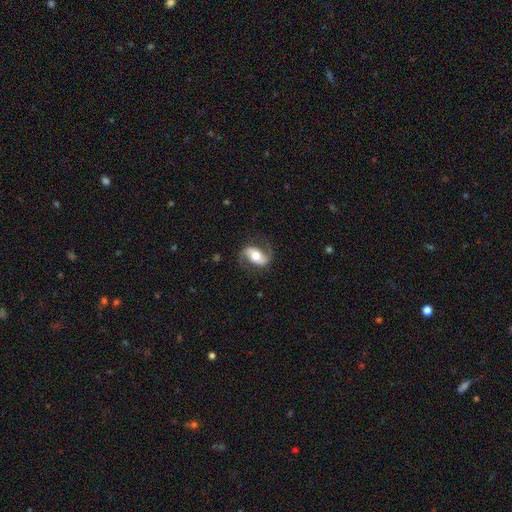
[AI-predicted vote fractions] This appears to be a featured or disk galaxy (72%) with a strong bar (41%), 2 (90%) medium (43%) spiral arms (90%) and a moderate central bulge (64%). Merging: none (74%).